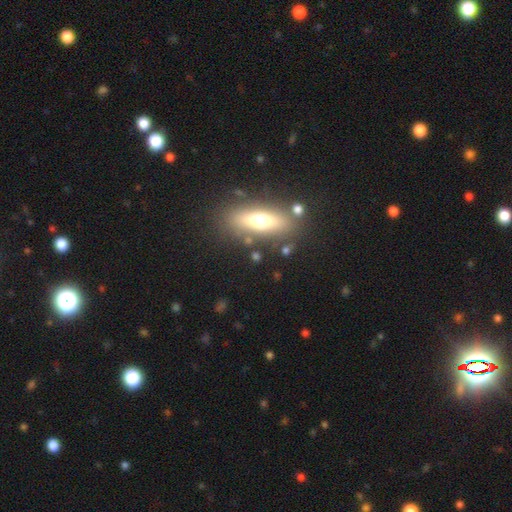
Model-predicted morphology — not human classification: A smooth galaxy with no disk features (56%) that is in between round and cigar-shaped (55%). Merging: none (80%).